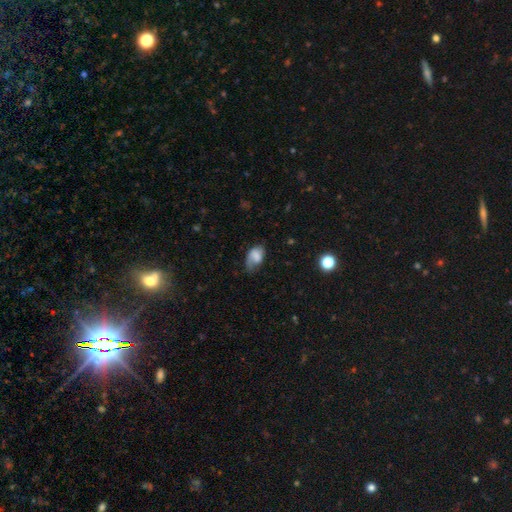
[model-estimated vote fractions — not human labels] Smooth or featured? smooth (68%)
How rounded? in between (86%)
Merging? none (37%, tied with minor disturbance)